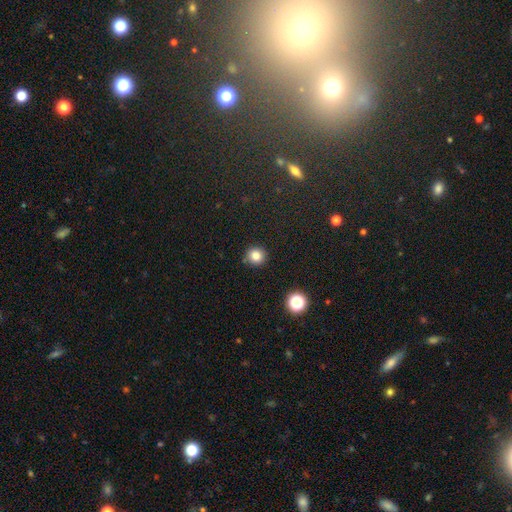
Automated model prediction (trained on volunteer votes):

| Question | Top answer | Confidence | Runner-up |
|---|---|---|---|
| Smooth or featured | smooth | 83% | star or artifact (12%) |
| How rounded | round | 92% | in between (7%) |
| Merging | none | 87% | minor disturbance (8%) |